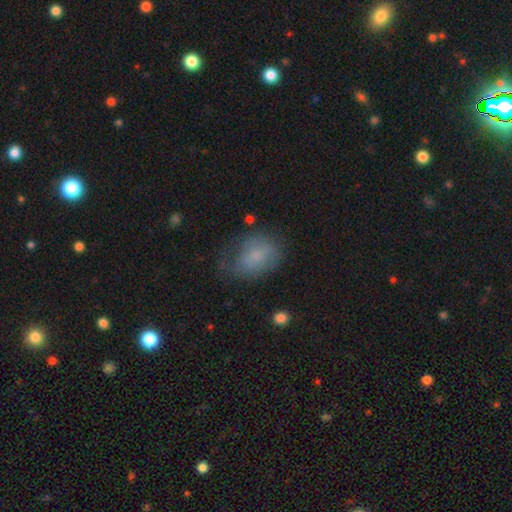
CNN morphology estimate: This is likely a smooth galaxy (70%). How rounded: likely in between (74%). Merging: possibly none (47%).